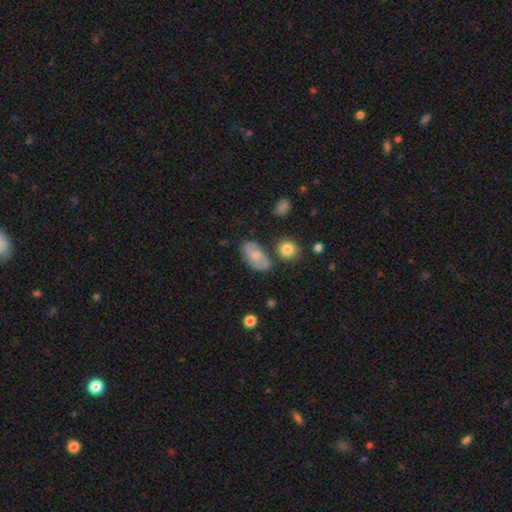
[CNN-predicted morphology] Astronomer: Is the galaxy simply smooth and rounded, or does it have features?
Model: smooth — 56% (runner-up: featured or disk, 36%).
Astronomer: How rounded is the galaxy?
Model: in between — 91%.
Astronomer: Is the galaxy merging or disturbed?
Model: none — 68%.